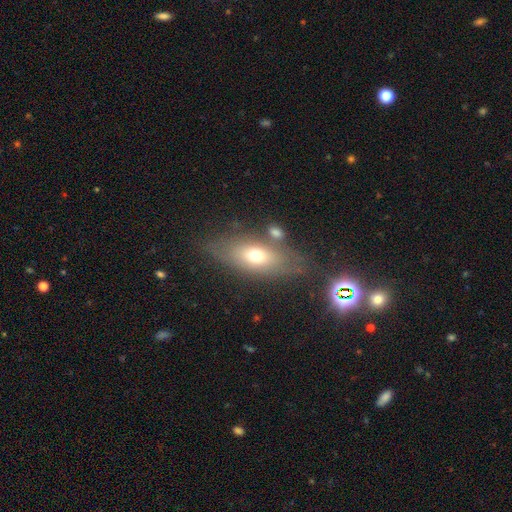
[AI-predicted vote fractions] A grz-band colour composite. It shows a smooth galaxy with no disk features (59%) that is in between round and cigar-shaped (72%). Merging: none (61%).